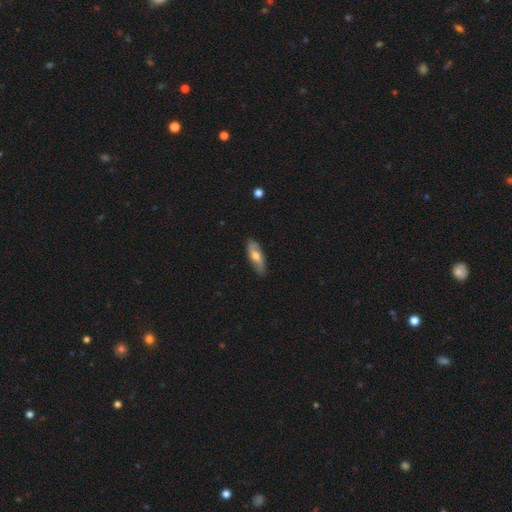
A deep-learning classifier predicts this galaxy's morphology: A smooth galaxy with no disk features (53%) that is in between round and cigar-shaped (67%).

Vote fractions:
- Smooth or featured? smooth: 53% / featured or disk: 42% / star or artifact: 6%
- How rounded? in between: 67% / cigar-shaped: 30% / round: 3%
- Merging? none: 83% / minor disturbance: 14% / major disturbance: 2% / merger: 1%